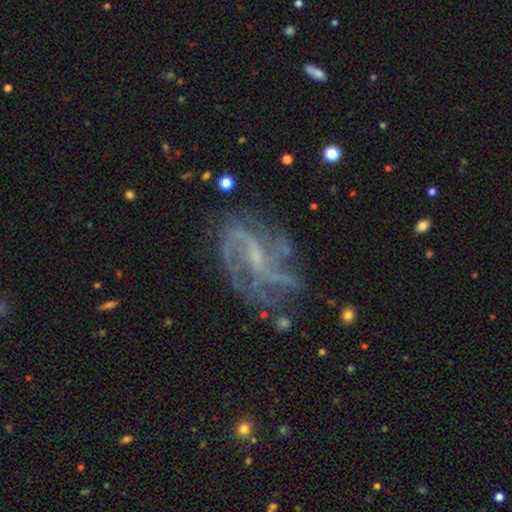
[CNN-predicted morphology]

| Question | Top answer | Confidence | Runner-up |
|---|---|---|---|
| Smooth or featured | featured or disk | 81% | star or artifact (11%) |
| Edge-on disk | no | 96% | yes (4%) |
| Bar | weak | 50% | no (29%) |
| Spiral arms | yes | 91% | no (9%) |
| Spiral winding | medium | 43% | loose (36%) |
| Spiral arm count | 2 | 28% | can't tell (25%) |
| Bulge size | small | 57% | none (23%) |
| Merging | none | 61% | minor disturbance (19%) |